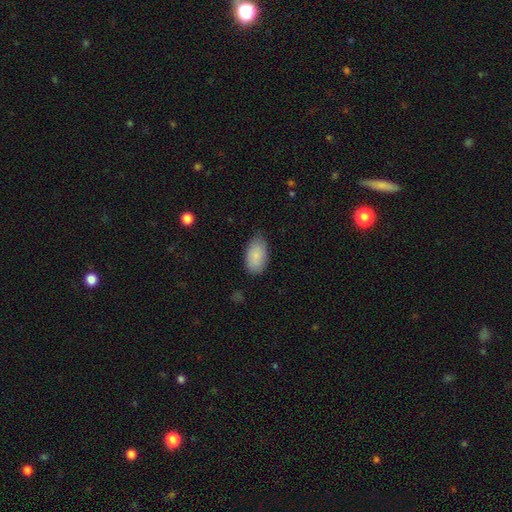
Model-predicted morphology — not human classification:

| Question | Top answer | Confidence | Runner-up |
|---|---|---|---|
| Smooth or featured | smooth | 84% | featured or disk (10%) |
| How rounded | in between | 93% | round (5%) |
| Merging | none | 74% | minor disturbance (21%) |